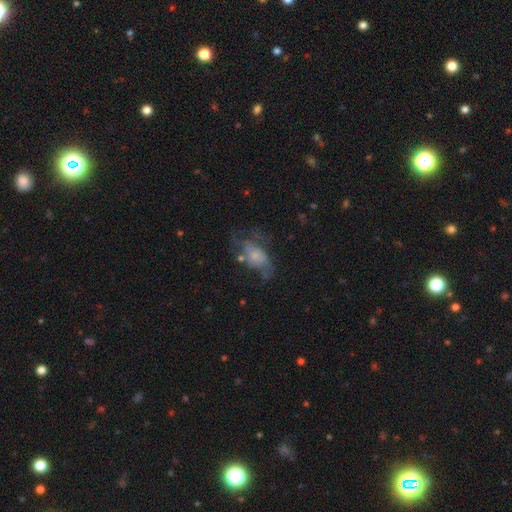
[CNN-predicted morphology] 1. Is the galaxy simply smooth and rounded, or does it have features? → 48% featured or disk, 42% smooth, 10% star or artifact.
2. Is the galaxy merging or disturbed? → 38% major disturbance, 33% none, 23% minor disturbance, 6% merger.